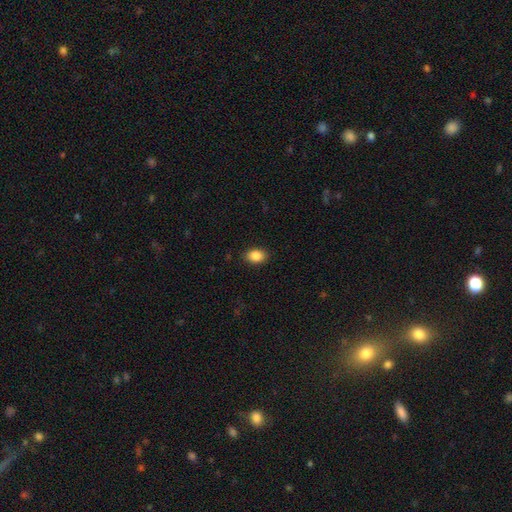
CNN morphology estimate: Smooth or featured? smooth (87%)
How rounded? in between (77%)
Merging? none (88%)